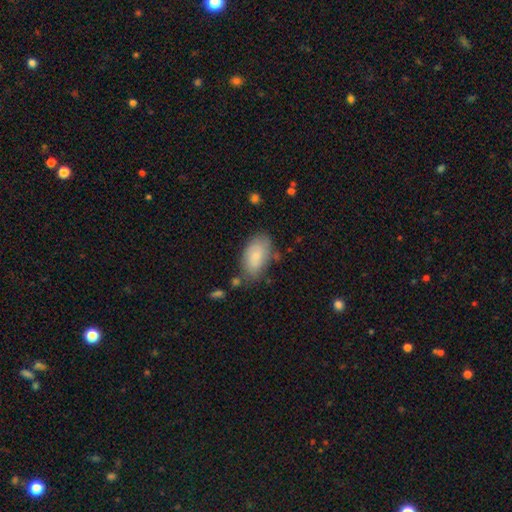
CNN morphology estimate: smooth 81%, featured or disk 12%, star or artifact 7%. Down the decision tree: how rounded — in between (94%); merging — none (70%).